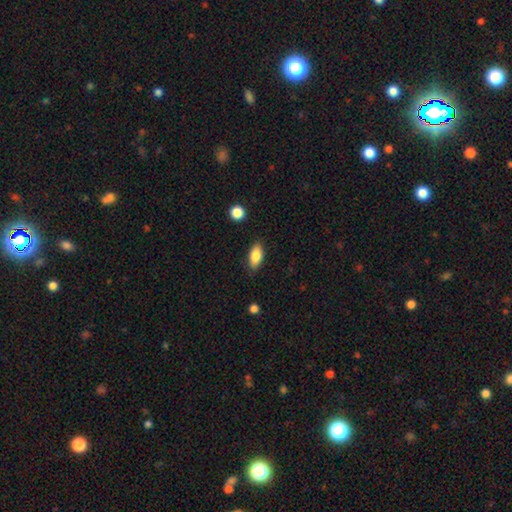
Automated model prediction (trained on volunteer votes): Smooth or featured: smooth — 84% (featured or disk — 9%)
How rounded: in between — 88% (cigar-shaped — 8%)
Merging: none — 85% (minor disturbance — 11%)